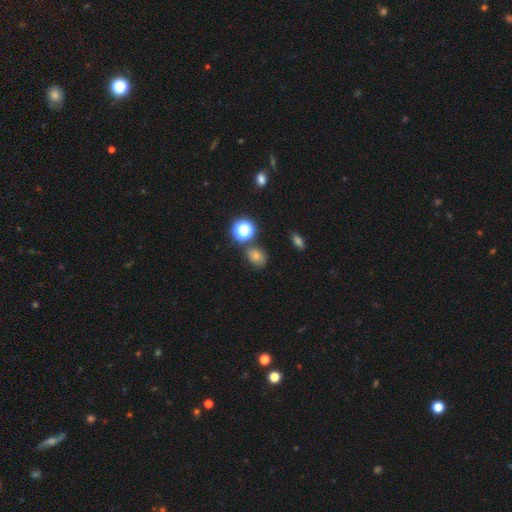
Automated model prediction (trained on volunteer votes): smooth-or-featured: smooth: 54% | star or artifact: 35% | featured or disk: 11%
  how-rounded: round: 62% | in between: 37% | cigar-shaped: 1%
  merging: none: 77% | minor disturbance: 11% | merger: 8% | major disturbance: 4%